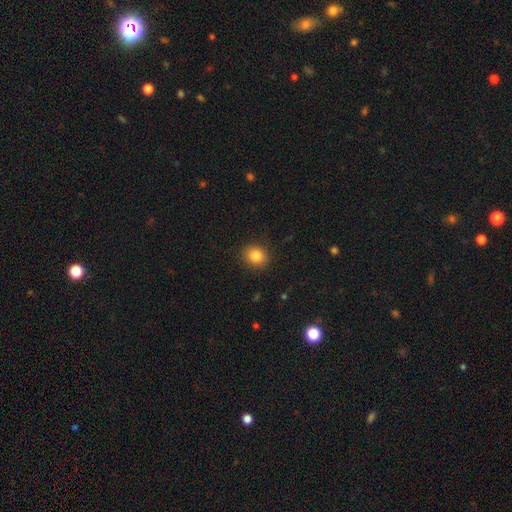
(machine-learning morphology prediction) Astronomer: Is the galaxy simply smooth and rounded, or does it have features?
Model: smooth — 84%.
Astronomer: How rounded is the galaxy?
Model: round — 75%.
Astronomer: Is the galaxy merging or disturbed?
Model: none — 89%.